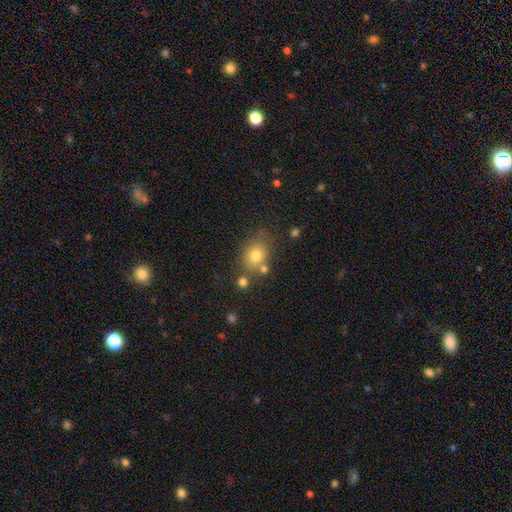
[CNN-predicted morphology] Overall: smooth (76%). How rounded: in between (52%; round 47%). Merging: none (67%).